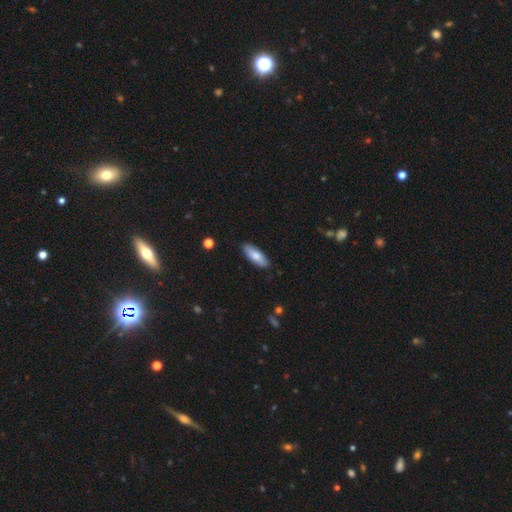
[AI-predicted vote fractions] smooth_or_featured: smooth (p=0.76) [alt: featured or disk p=0.18]
how_rounded: in between (p=0.63) [alt: cigar-shaped p=0.35]
merging: none (p=0.89) [alt: minor disturbance p=0.09]